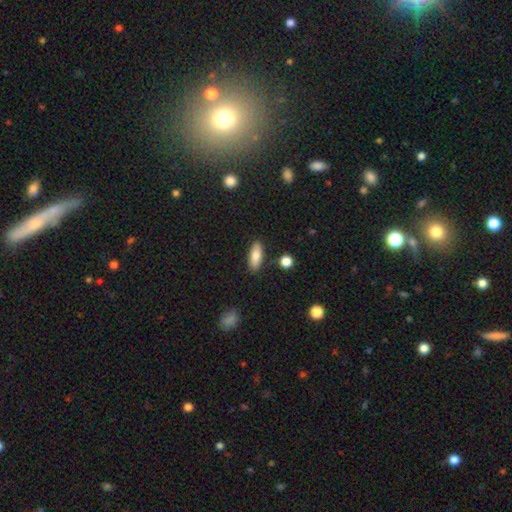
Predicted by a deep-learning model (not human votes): A smooth galaxy with no disk features (82%) that is in between round and cigar-shaped (66%).

Vote fractions:
- Smooth or featured? smooth: 82% / featured or disk: 12% / star or artifact: 7%
- How rounded? in between: 66% / cigar-shaped: 31% / round: 3%
- Merging? none: 86% / minor disturbance: 9% / merger: 2% / major disturbance: 2%